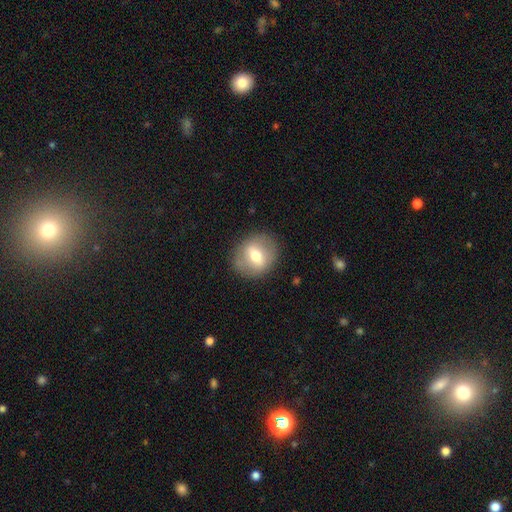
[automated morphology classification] This is possibly a smooth galaxy (53%). How rounded: likely round (73%). Merging: clearly none (85%).